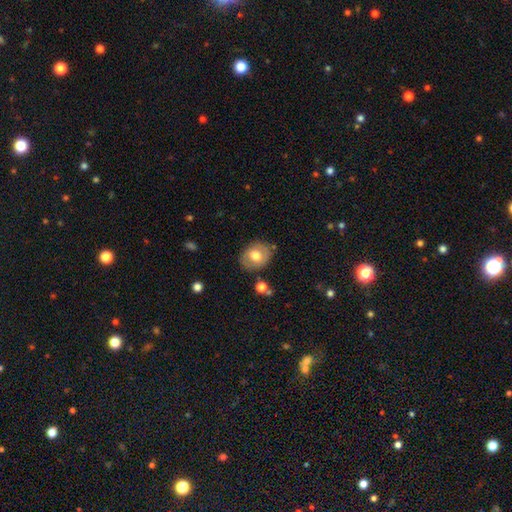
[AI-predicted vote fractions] Overall: smooth (64%; featured or disk 29%). How rounded: in between (55%; round 44%). Merging: none (79%).